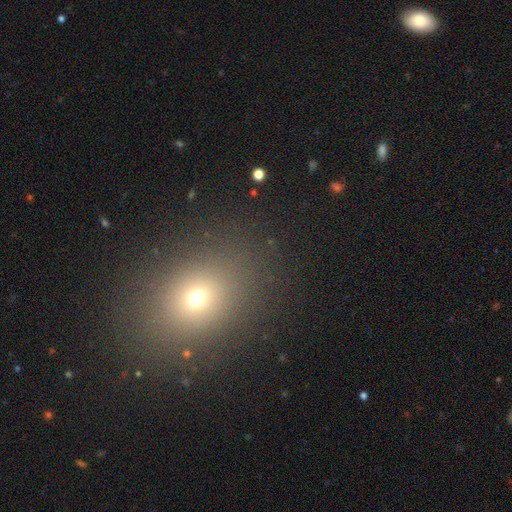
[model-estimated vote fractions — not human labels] smooth_or_featured: smooth (p=0.62) [alt: star or artifact p=0.27]
how_rounded: in between (p=0.51) [alt: round p=0.47]
merging: none (p=0.88) [alt: minor disturbance p=0.07]